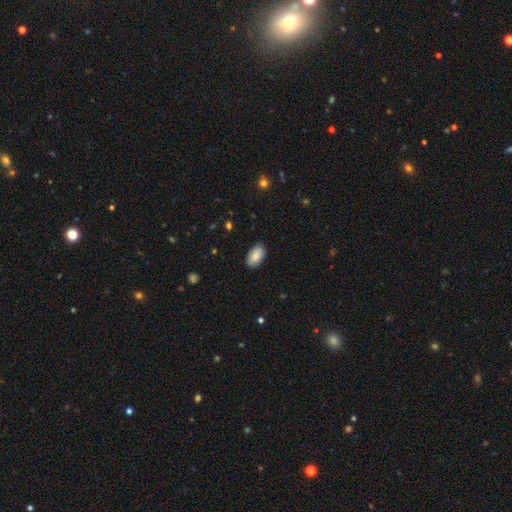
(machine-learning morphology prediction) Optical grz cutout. It shows a smooth galaxy with no disk features (87%) that is in between round and cigar-shaped (95%). Merging: none (87%).